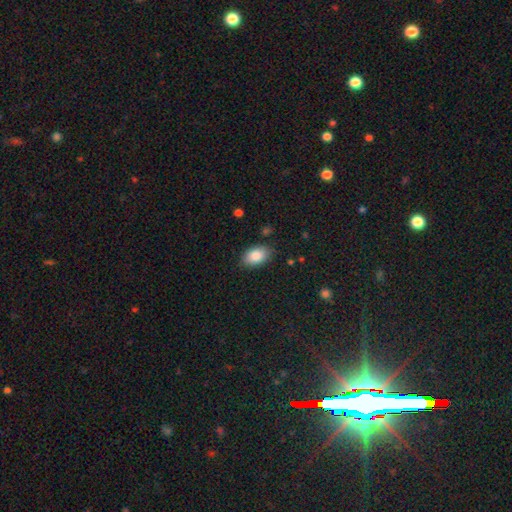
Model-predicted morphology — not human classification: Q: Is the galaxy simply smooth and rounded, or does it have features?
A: smooth — 86%.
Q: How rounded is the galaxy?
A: in between — 91%.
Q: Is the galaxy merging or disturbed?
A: none — 84%.